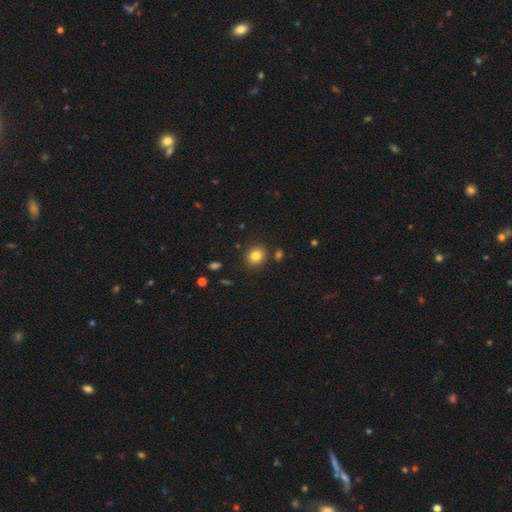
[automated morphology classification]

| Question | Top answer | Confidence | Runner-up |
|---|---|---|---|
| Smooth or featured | smooth | 82% | star or artifact (11%) |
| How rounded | round | 73% | in between (26%) |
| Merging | none | 86% | minor disturbance (8%) |